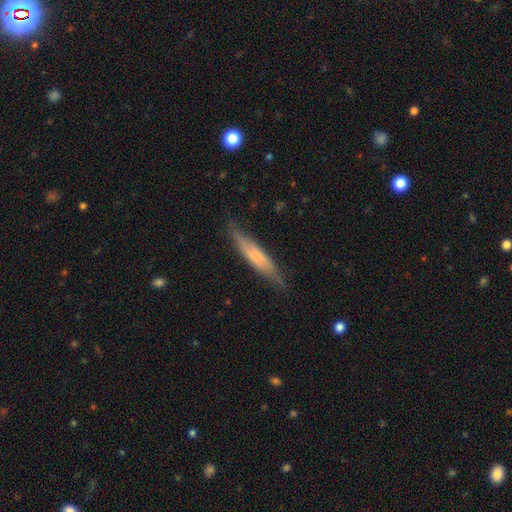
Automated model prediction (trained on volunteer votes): smooth 58%, featured or disk 35%, star or artifact 7%. Down the decision tree: how rounded — cigar-shaped (87%); merging — none (76%).